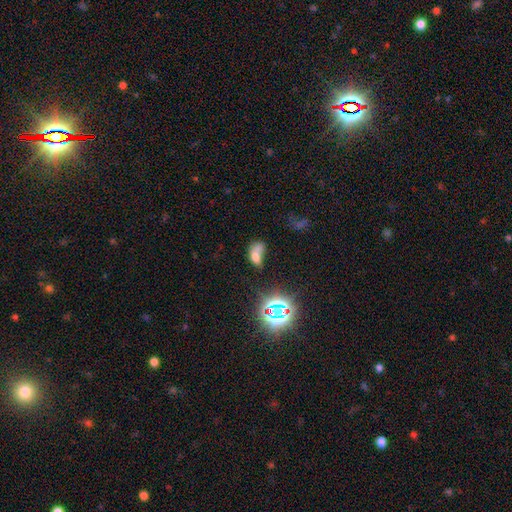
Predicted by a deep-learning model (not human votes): This is possibly a smooth galaxy (58%). How rounded: clearly in between (81%). Merging: marginally merger (44%).